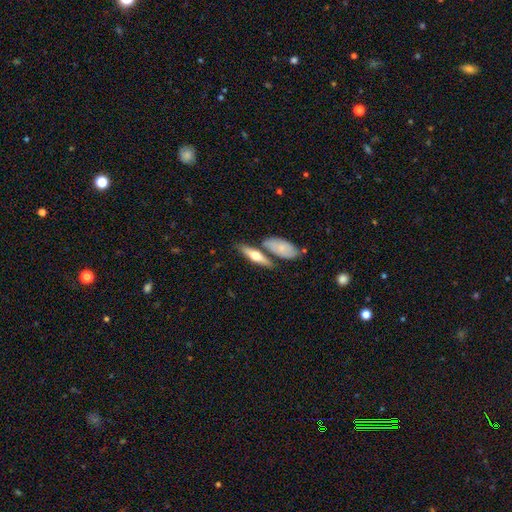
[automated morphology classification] Smooth or featured? smooth (51%)
How rounded? cigar-shaped (56%)
Merging? none (65%)